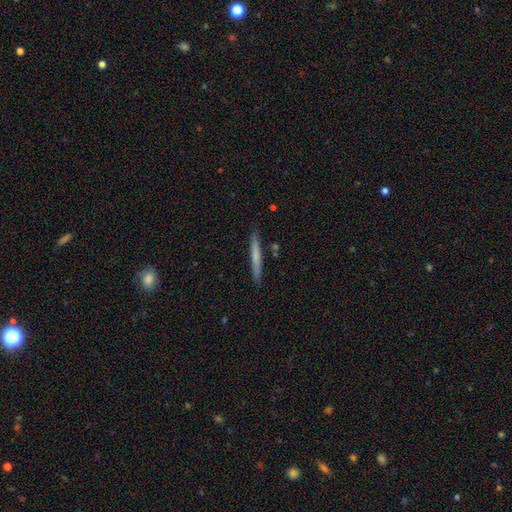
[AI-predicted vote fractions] This is likely a smooth galaxy (65%). How rounded: clearly cigar-shaped (96%). Merging: clearly none (89%).